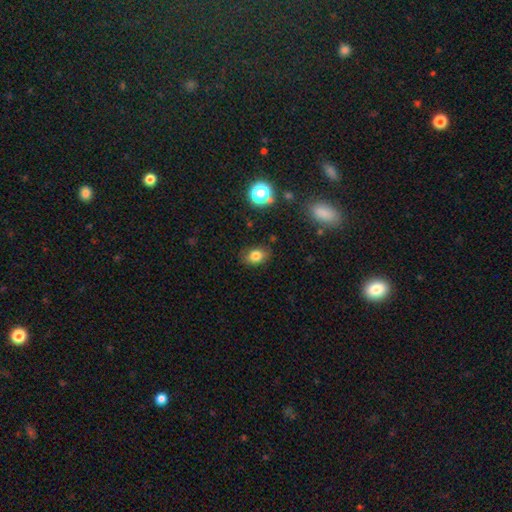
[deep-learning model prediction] Smooth or featured? smooth (80%)
How rounded? in between (69%)
Merging? none (82%)